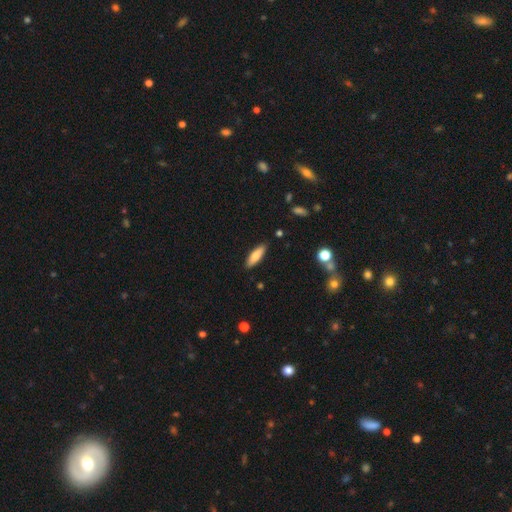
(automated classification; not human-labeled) The model was most divided on "how rounded": cigar-shaped: 53%, in between: 45%, round: 2%. More confident: merging — none (88%); smooth or featured — smooth (76%).